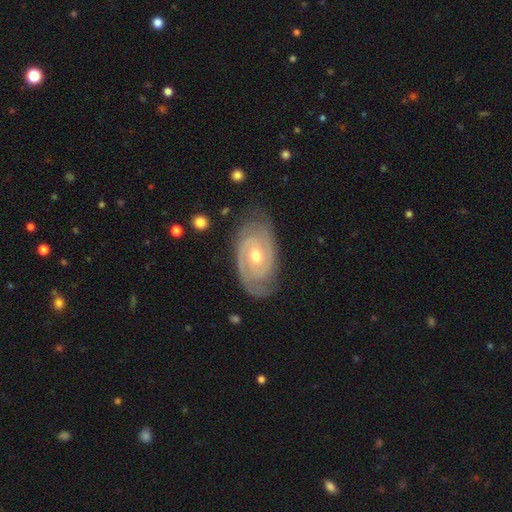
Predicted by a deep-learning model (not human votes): A featured or disk galaxy (90%) with no bar (61%), 2 (78%) tight (74%) spiral arms (97%) and a moderate central bulge (60%).

Vote fractions:
- Smooth or featured? featured or disk: 90% / smooth: 6% / star or artifact: 5%
- Edge-on disk? no: 96% / yes: 4%
- Bar? no: 61% / weak: 30% / strong: 9%
- Spiral arms? yes: 97% / no: 3%
- Spiral winding? tight: 74% / medium: 22% / loose: 4%
- Spiral arm count? 2: 78% / can't tell: 8% / 3: 8% / 1: 2% / 4: 2% / more than 4: 2%
- Bulge size? moderate: 60% / small: 36% / large: 2% / none: 1% / dominant: 1%
- Merging? none: 80% / minor disturbance: 15% / major disturbance: 4% / merger: 1%